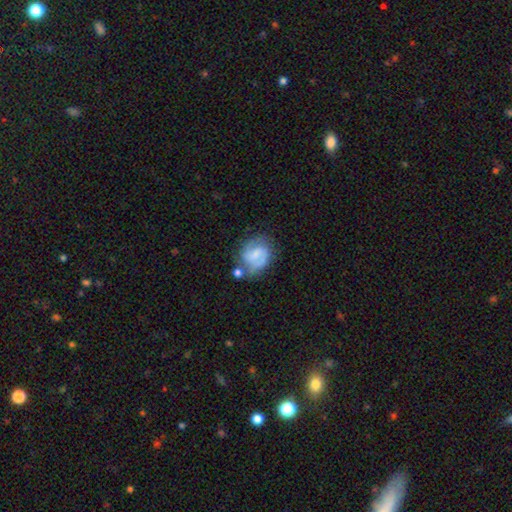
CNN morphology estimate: Overall: featured or disk (66%). Edge-on disk: no (98%). Bar: weak (52%; no 35%). Spiral arms: yes (89%). Spiral arm count: 2 (74%). Spiral winding: medium (48%; tight 34%). Bulge size: small (41%; none 31%). Merging: none (55%; minor disturbance 22%).